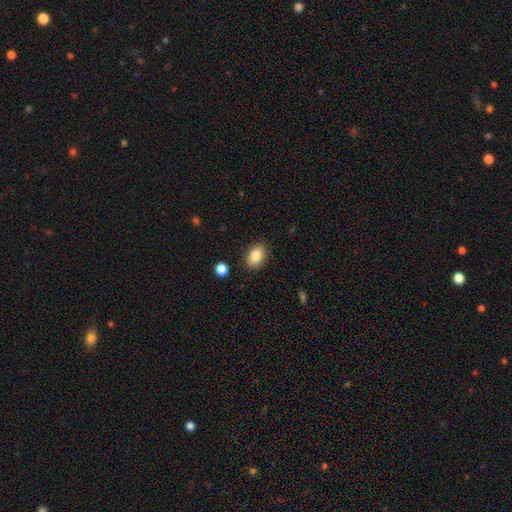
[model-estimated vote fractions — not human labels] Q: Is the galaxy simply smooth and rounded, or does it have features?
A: smooth — 85%.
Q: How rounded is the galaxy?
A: in between — 84%.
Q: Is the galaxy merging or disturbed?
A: none — 87%.